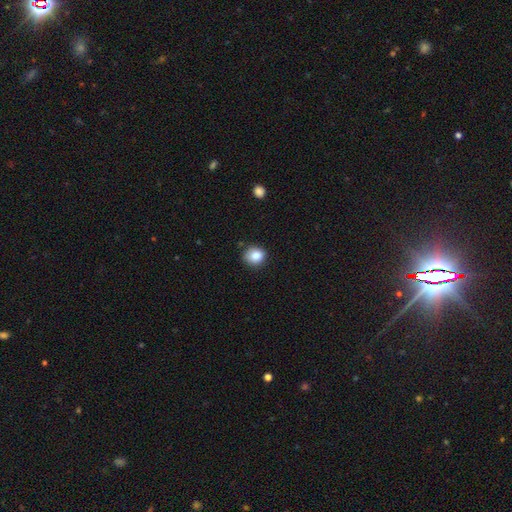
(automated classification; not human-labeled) Overall: smooth (86%). How rounded: round (77%). Merging: none (79%).